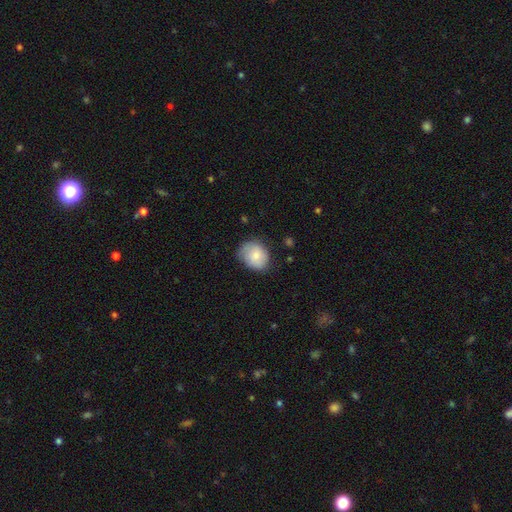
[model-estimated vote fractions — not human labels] This appears to be a smooth galaxy with no disk features (77%) that is round (55%). Merging: none (64%).